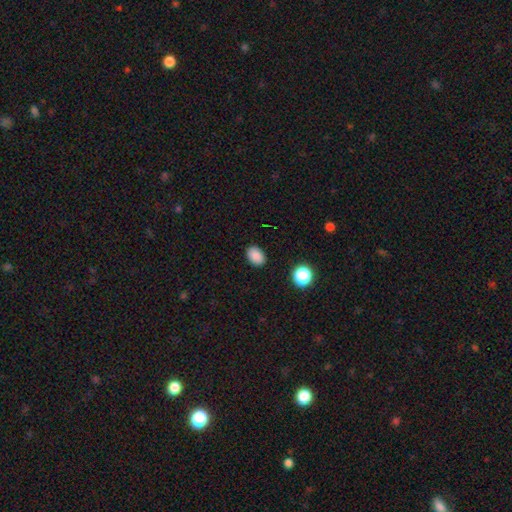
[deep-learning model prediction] The model was most divided on "how rounded": in between: 80%, round: 19%, cigar-shaped: 1%. More confident: merging — none (88%); smooth or featured — smooth (87%).